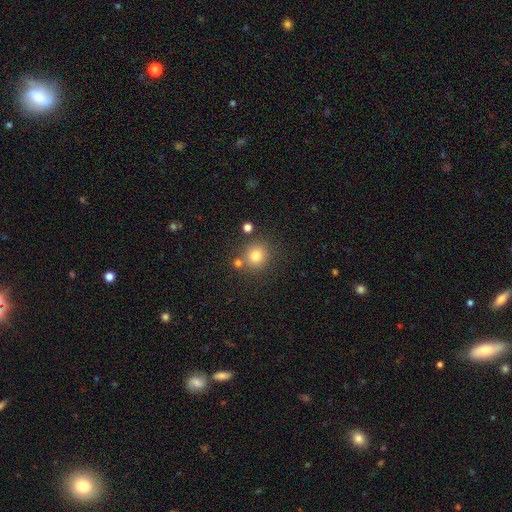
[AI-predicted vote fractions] This is likely a smooth galaxy (79%). How rounded: clearly round (88%). Merging: likely none (74%).